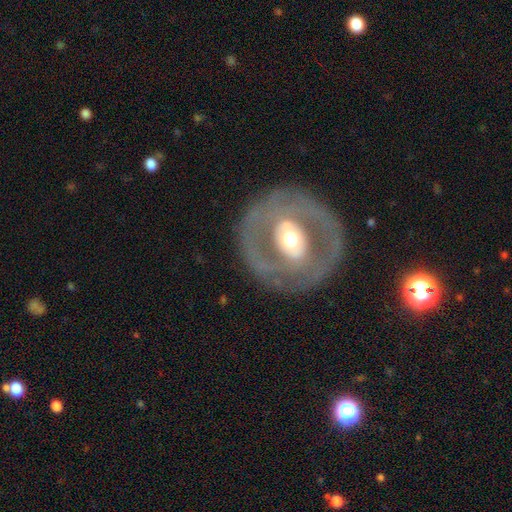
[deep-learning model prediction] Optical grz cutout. It shows a featured or disk galaxy (72%) with no bar (37%), no spiral arms (66%) and a moderate central bulge (63%). Merging: none (78%).